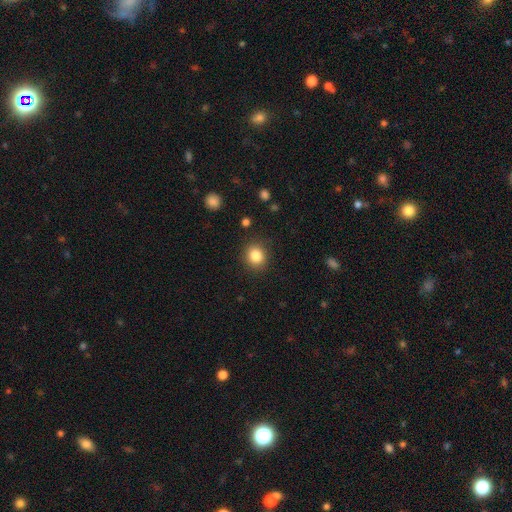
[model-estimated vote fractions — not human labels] Smooth or featured? Predicted: smooth (p=0.85). How rounded? Predicted: round (p=0.78). Merging? Predicted: none (p=0.88).